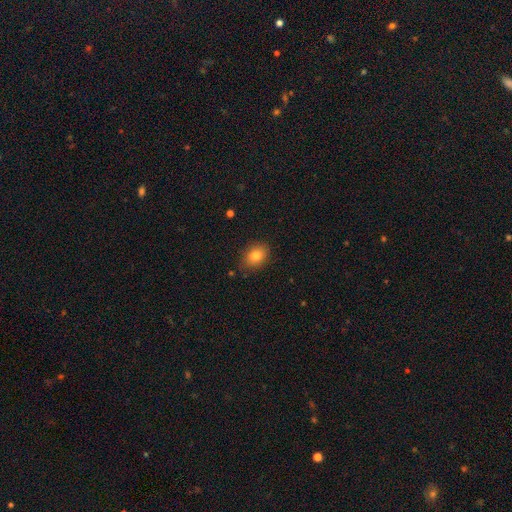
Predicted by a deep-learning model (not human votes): This is likely a smooth galaxy (80%). How rounded: likely in between (68%). Merging: clearly none (84%).